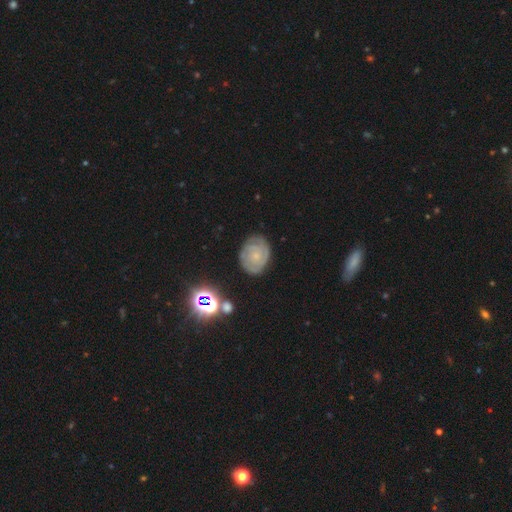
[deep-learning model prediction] smooth_or_featured: featured or disk (p=0.73) [alt: smooth p=0.19]
disk_edge_on: no (p=0.98) [alt: yes p=0.02]
bar: no (p=0.77) [alt: weak p=0.19]
has_spiral_arms: yes (p=0.93) [alt: no p=0.07]
spiral_winding: tight (p=0.73) [alt: medium p=0.22]
spiral_arm_count: 2 (p=0.34) [alt: can't tell p=0.32]
bulge_size: small (p=0.73) [alt: moderate p=0.15]
merging: none (p=0.77) [alt: minor disturbance p=0.17]